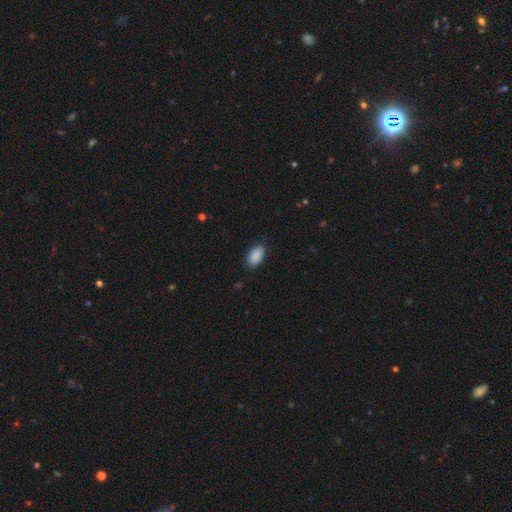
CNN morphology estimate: Q: Smooth or featured?
A: smooth (90%); runner-up: star or artifact (7%)
Q: How rounded?
A: in between (94%); runner-up: round (4%)
Q: Merging?
A: none (86%); runner-up: minor disturbance (11%)